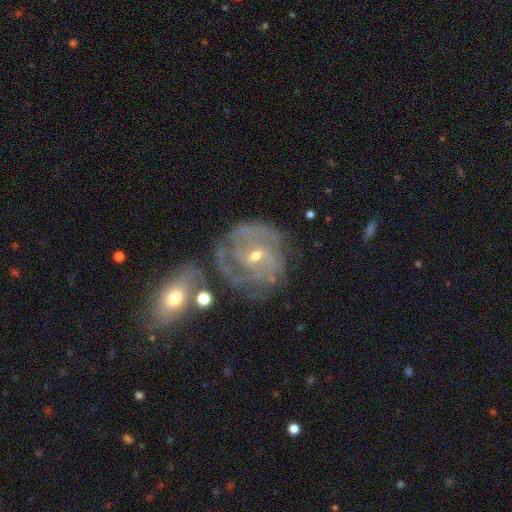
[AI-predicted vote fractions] Overall: featured or disk (83%). Edge-on disk: no (97%). Bar: no (48%; weak 40%). Spiral arms: yes (92%). Spiral arm count: can't tell (33%; 2 28%). Spiral winding: tight (64%; medium 29%). Bulge size: small (61%; moderate 36%). Merging: none (60%; minor disturbance 20%).